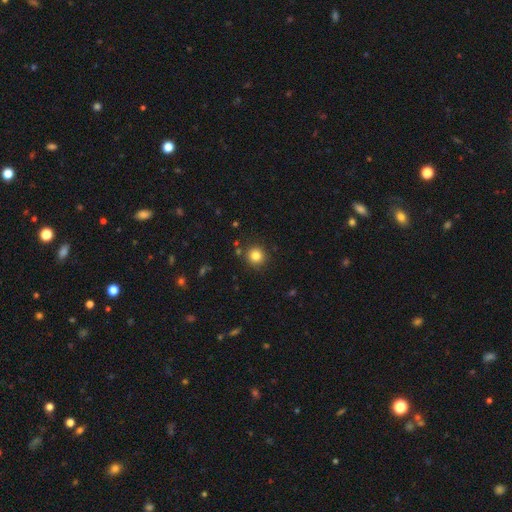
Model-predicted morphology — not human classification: A smooth galaxy with no disk features (82%) that is round (93%).

Vote fractions:
- Smooth or featured? smooth: 82% / star or artifact: 12% / featured or disk: 6%
- How rounded? round: 93% / in between: 6% / cigar-shaped: 1%
- Merging? none: 89% / minor disturbance: 6% / merger: 3% / major disturbance: 2%